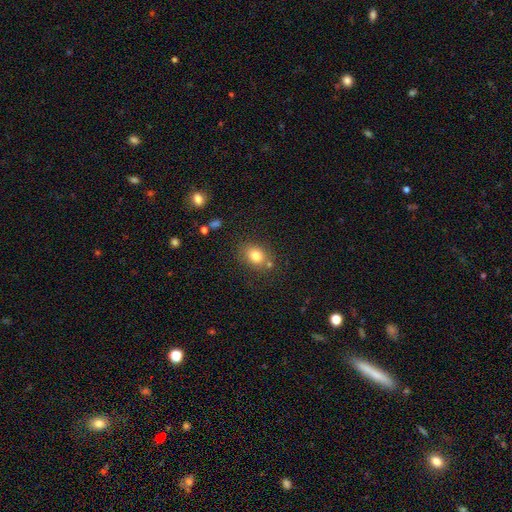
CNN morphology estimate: smooth-or-featured: smooth: 80% | star or artifact: 11% | featured or disk: 9%
  how-rounded: in between: 54% | round: 45% | cigar-shaped: 1%
  merging: none: 73% | minor disturbance: 14% | merger: 9% | major disturbance: 4%